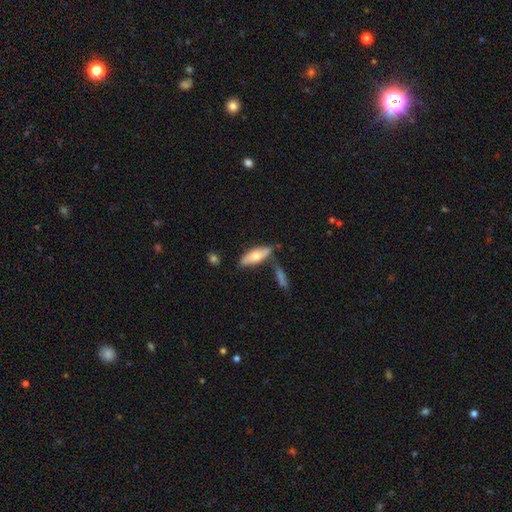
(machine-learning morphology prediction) smooth-or-featured: smooth: 61% | featured or disk: 33% | star or artifact: 6%
  how-rounded: in between: 67% | cigar-shaped: 31% | round: 2%
  merging: none: 60% | minor disturbance: 20% | merger: 15% | major disturbance: 6%